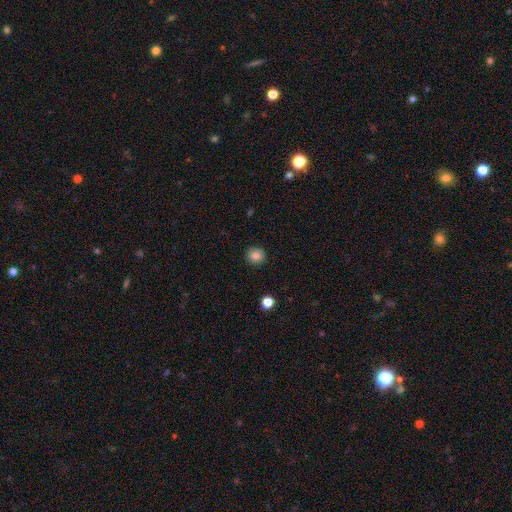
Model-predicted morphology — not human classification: This appears to be a smooth galaxy with no disk features (83%) that is round (89%). Merging: none (91%).